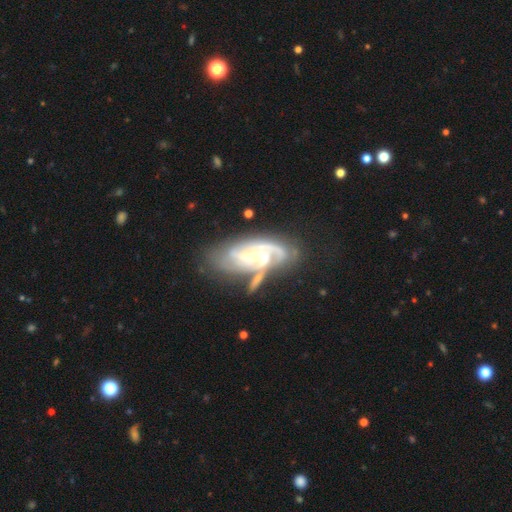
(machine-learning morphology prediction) Q: Smooth or featured?
A: featured or disk (87%); runner-up: smooth (7%)
Q: Edge-on disk?
A: no (95%); runner-up: yes (5%)
Q: Bar?
A: weak (42%); runner-up: no (35%)
Q: Spiral arms?
A: yes (97%); runner-up: no (3%)
Q: Spiral winding?
A: tight (52%); runner-up: medium (40%)
Q: Spiral arm count?
A: 2 (38%); runner-up: 3 (33%)
Q: Bulge size?
A: small (60%); runner-up: moderate (27%)
Q: Merging?
A: none (48%); runner-up: minor disturbance (20%)